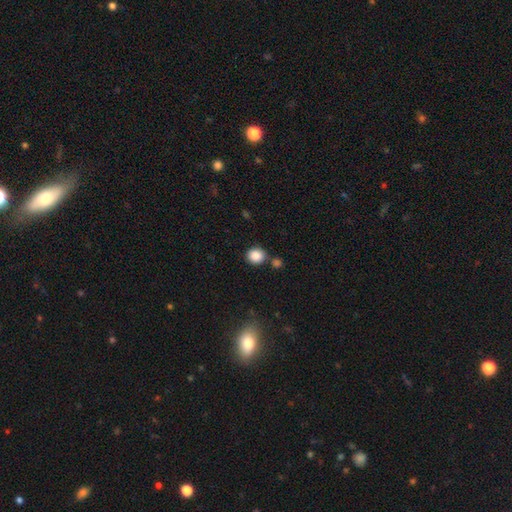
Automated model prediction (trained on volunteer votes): Smooth or featured: smooth — 87% (star or artifact — 9%)
How rounded: round — 81% (in between — 18%)
Merging: none — 75% (merger — 12%)